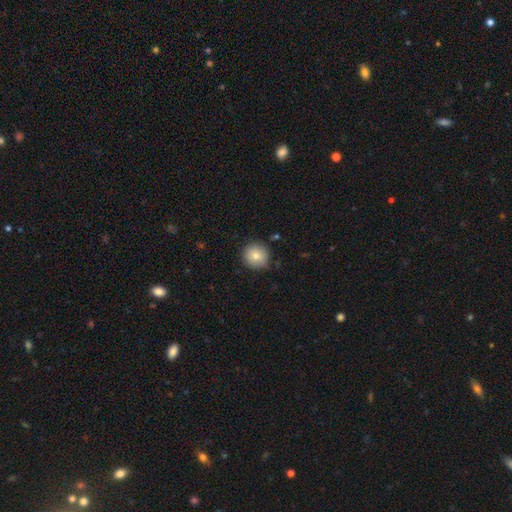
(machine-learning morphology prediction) smooth_or_featured: smooth (p=0.80) [alt: featured or disk p=0.11]
how_rounded: round (p=0.94) [alt: in between p=0.05]
merging: none (p=0.85) [alt: minor disturbance p=0.11]